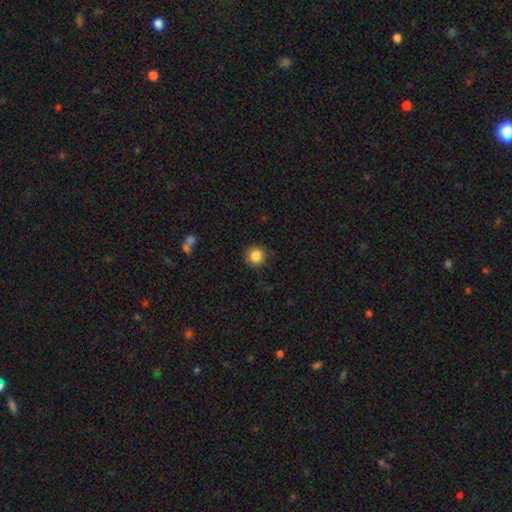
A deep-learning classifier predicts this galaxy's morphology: This is clearly a smooth galaxy (86%). How rounded: clearly round (94%). Merging: clearly none (89%).